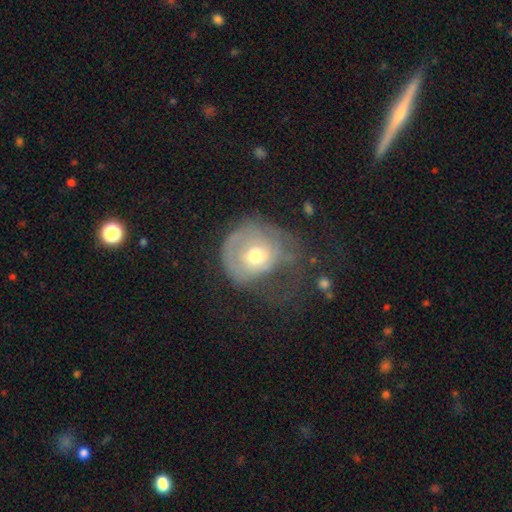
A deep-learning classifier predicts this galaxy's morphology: Smooth or featured: featured or disk — 47% (smooth — 45%)
Merging: major disturbance — 42% (none — 30%)